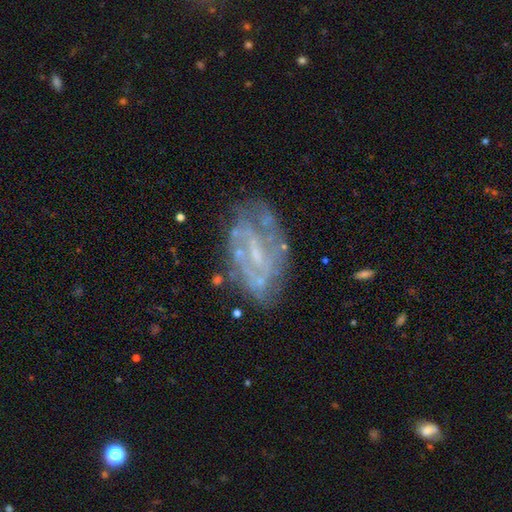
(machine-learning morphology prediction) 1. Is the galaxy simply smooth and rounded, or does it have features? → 75% featured or disk, 16% smooth, 9% star or artifact.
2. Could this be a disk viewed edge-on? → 95% no, 5% yes.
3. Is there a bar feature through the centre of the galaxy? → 44% weak, 35% no, 20% strong.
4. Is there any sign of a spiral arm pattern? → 57% yes, 43% no.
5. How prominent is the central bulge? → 48% small, 34% none, 16% moderate, 1% large, 1% dominant.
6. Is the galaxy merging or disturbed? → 62% none, 20% minor disturbance, 13% major disturbance, 4% merger.